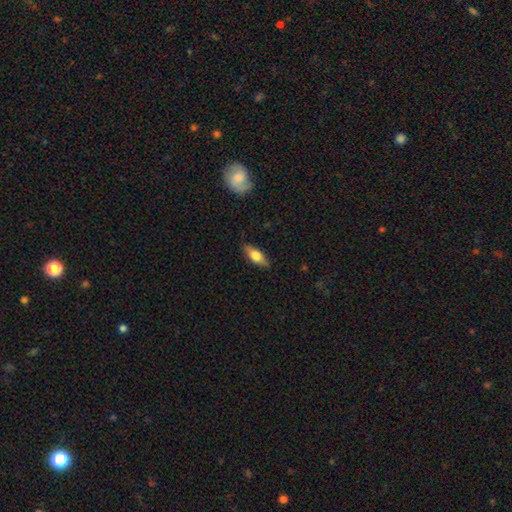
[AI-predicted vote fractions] Overall: smooth (70%). How rounded: in between (75%). Merging: none (84%).